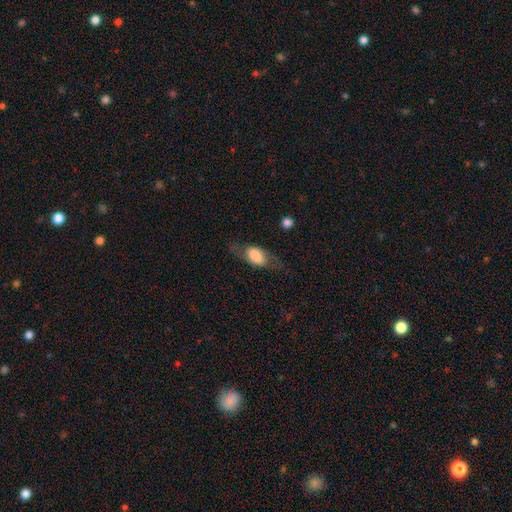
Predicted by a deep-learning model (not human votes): Smooth or featured?
  - smooth: 55% *
  - featured or disk: 38%
  - star or artifact: 7%
How rounded?
  - in between: 81% *
  - round: 10%
  - cigar-shaped: 9%
Merging?
  - none: 64% *
  - minor disturbance: 19%
  - major disturbance: 15%
  - merger: 2%